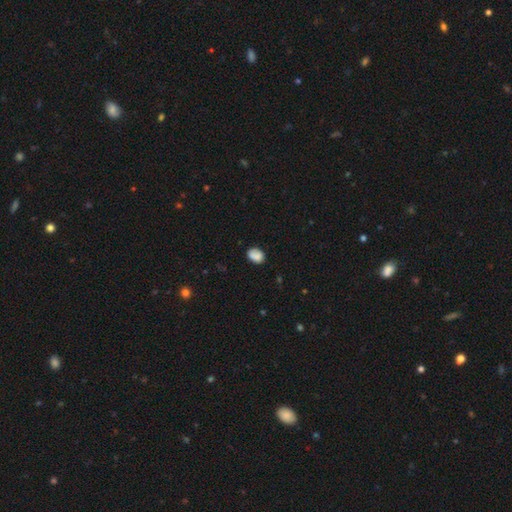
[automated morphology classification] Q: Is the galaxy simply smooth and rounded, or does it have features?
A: smooth — 82%.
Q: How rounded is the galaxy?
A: in between — 68%.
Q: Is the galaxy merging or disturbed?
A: none — 70%.